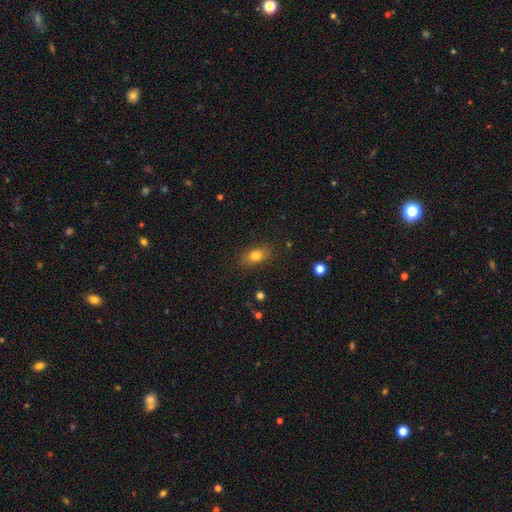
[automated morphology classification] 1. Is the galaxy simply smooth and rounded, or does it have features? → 79% smooth, 11% star or artifact, 10% featured or disk.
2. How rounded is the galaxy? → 79% in between, 15% round, 6% cigar-shaped.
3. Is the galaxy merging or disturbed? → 83% none, 12% minor disturbance, 3% major disturbance, 1% merger.